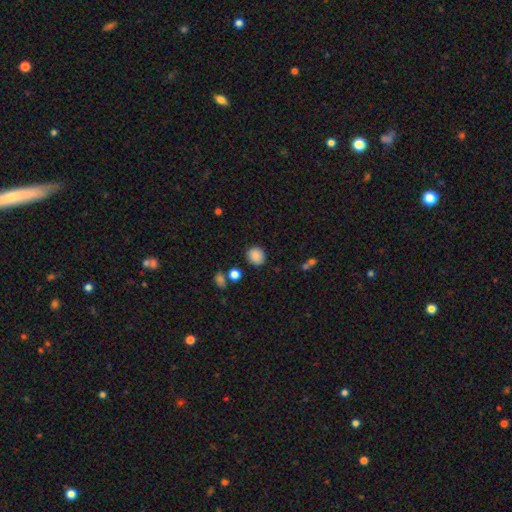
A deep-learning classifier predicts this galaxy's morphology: Overall: smooth (86%). How rounded: round (77%). Merging: none (85%).